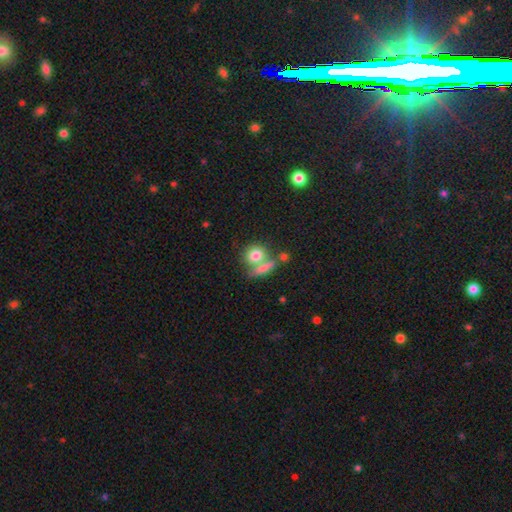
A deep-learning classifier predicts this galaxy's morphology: Smooth or featured: smooth — 77% (featured or disk — 14%)
How rounded: round — 63% (in between — 32%)
Merging: none — 44% (merger — 42%)